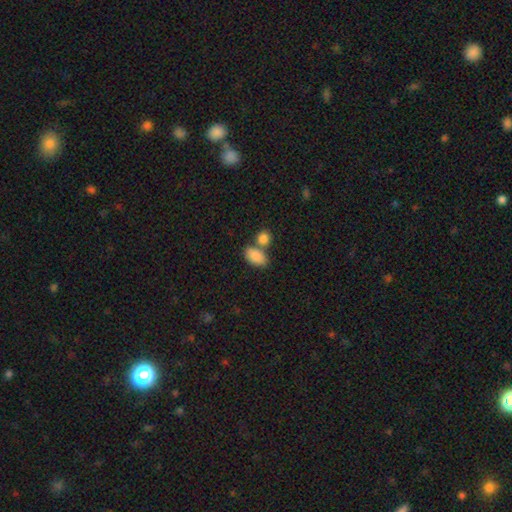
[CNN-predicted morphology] smooth 87%, star or artifact 7%, featured or disk 6%. Down the decision tree: how rounded — in between (91%); merging — none (49%).